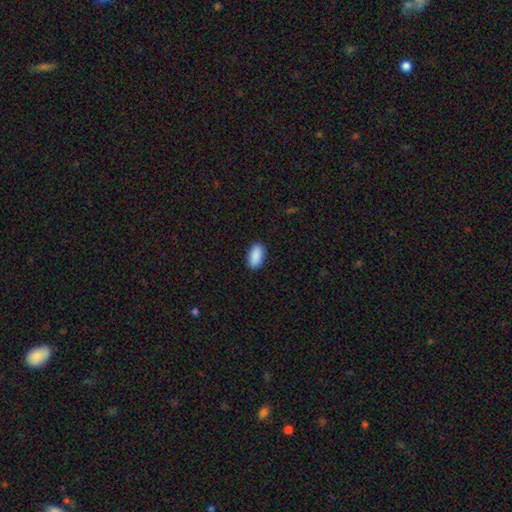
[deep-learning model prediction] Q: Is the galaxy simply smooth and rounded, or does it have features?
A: smooth — 91%.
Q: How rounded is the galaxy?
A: in between — 93%.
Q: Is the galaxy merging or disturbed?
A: none — 89%.